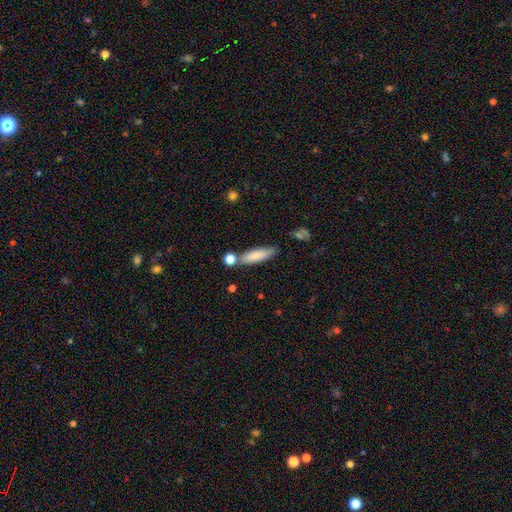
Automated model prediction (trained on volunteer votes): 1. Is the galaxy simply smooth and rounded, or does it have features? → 81% smooth, 13% featured or disk, 6% star or artifact.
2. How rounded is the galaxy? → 66% cigar-shaped, 31% in between, 2% round.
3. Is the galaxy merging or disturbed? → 73% none, 13% minor disturbance, 11% merger, 3% major disturbance.